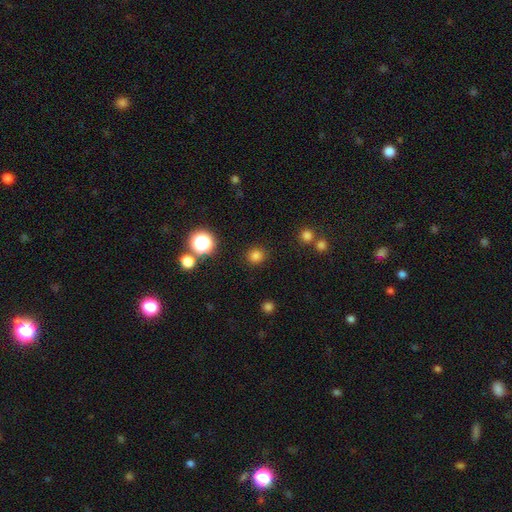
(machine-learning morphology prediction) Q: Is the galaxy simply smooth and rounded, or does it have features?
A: smooth — 80%.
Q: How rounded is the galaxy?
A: round — 92%.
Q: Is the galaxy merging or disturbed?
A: none — 89%.